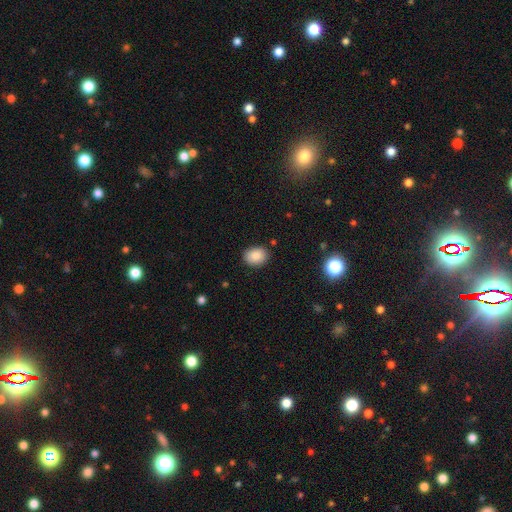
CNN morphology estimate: A smooth galaxy with no disk features (88%) that is in between round and cigar-shaped (61%).

Vote fractions:
- Smooth or featured? smooth: 88% / star or artifact: 8% / featured or disk: 4%
- How rounded? in between: 61% / round: 39% / cigar-shaped: 1%
- Merging? none: 86% / minor disturbance: 10% / major disturbance: 2% / merger: 1%